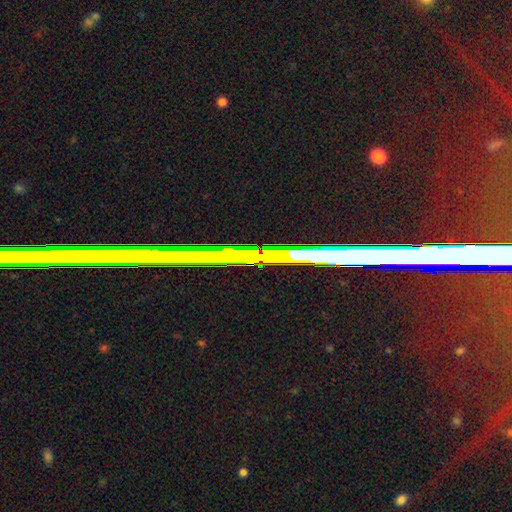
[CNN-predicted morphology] star or artifact 77%, featured or disk 14%, smooth 10%.